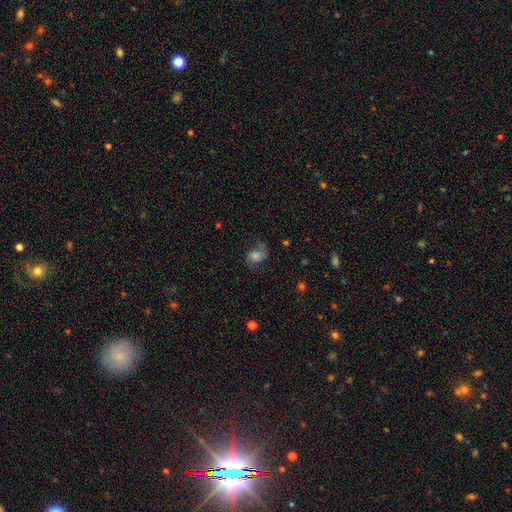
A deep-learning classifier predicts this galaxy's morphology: The model was most divided on "bulge size": moderate: 35%, large: 28%, small: 19%, none: 12%, dominant: 6%. Remaining: edge-on disk — no (97%); spiral arms — yes (92%); spiral arm count — 2 (82%); merging — none (65%); smooth or featured — featured or disk (60%); bar — no (59%); spiral winding — loose (49%).